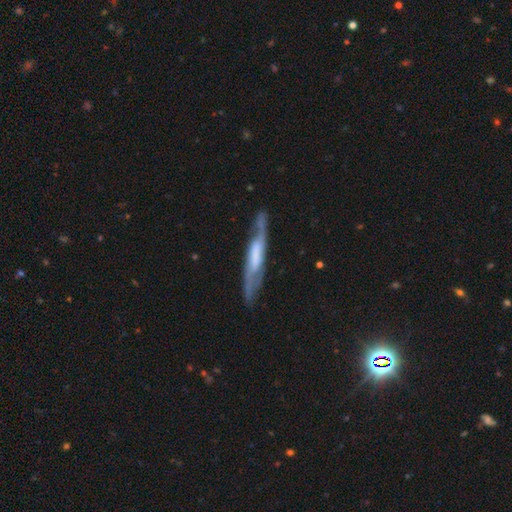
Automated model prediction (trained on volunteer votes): Q: Smooth or featured?
A: featured or disk (74%); runner-up: smooth (21%)
Q: Edge-on disk?
A: yes (52%); runner-up: no (48%)
Q: Merging?
A: none (72%); runner-up: minor disturbance (19%)